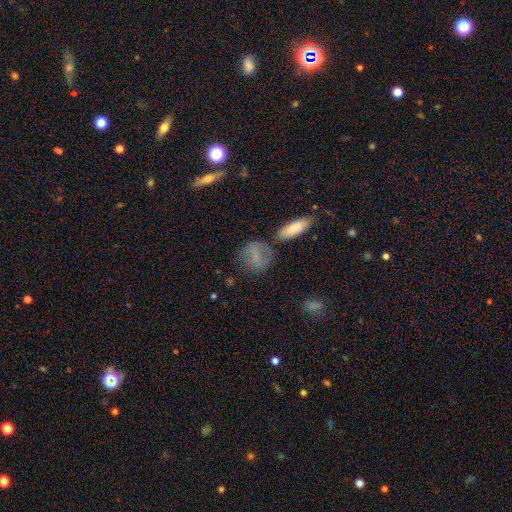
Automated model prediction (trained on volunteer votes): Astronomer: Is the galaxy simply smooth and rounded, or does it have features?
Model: smooth — 60%.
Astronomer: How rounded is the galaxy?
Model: round — 51% (runner-up: in between, 43%).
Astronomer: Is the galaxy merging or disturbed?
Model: none — 61%.